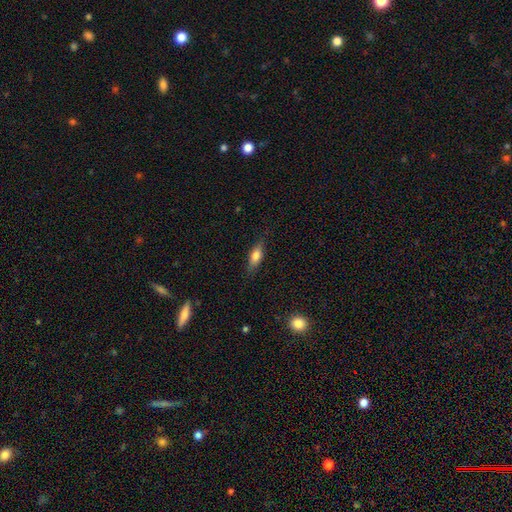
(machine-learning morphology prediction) smooth_or_featured: smooth (p=0.72) [alt: featured or disk p=0.21]
how_rounded: in between (p=0.61) [alt: cigar-shaped p=0.36]
merging: none (p=0.82) [alt: minor disturbance p=0.14]